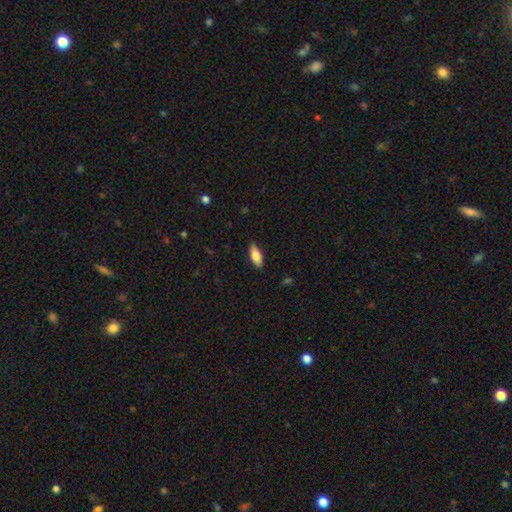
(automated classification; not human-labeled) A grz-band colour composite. It shows a smooth galaxy with no disk features (82%) that is in between round and cigar-shaped (84%). Merging: none (86%).